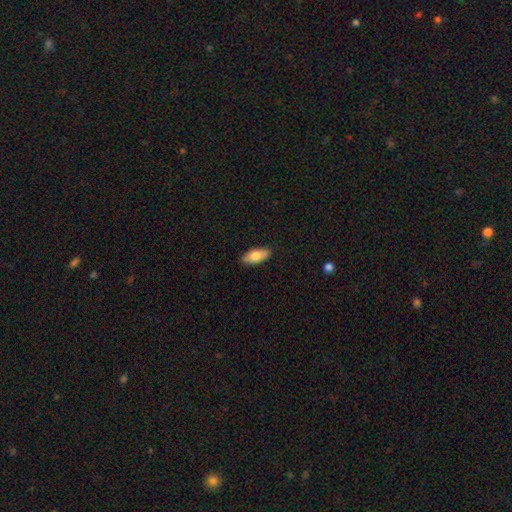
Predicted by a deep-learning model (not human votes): A smooth galaxy with no disk features (77%) that is in between round and cigar-shaped (85%).

Vote fractions:
- Smooth or featured? smooth: 77% / featured or disk: 17% / star or artifact: 6%
- How rounded? in between: 85% / cigar-shaped: 13% / round: 2%
- Merging? none: 88% / minor disturbance: 9% / major disturbance: 2% / merger: 1%